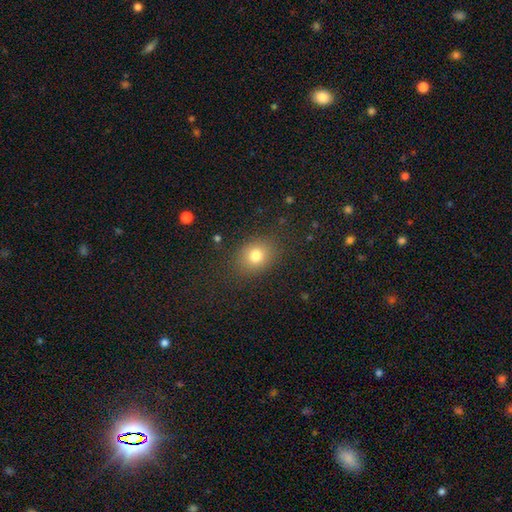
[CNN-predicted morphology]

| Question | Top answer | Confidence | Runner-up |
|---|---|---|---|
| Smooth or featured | smooth | 79% | star or artifact (13%) |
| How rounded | round | 56% | in between (43%) |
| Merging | none | 85% | minor disturbance (10%) |